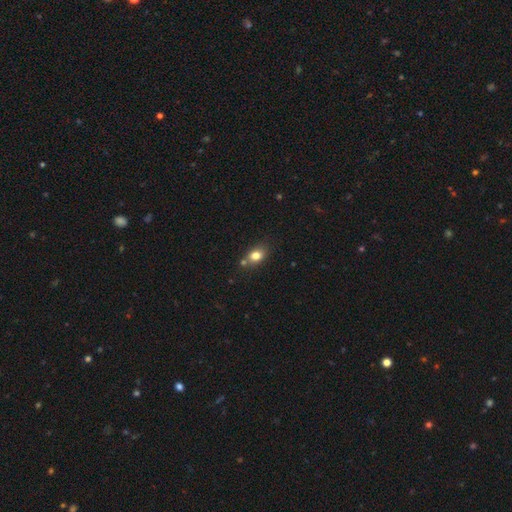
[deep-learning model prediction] smooth_or_featured: smooth (p=0.79) [alt: featured or disk p=0.11]
how_rounded: in between (p=0.67) [alt: round p=0.31]
merging: none (p=0.63) [alt: merger p=0.18]